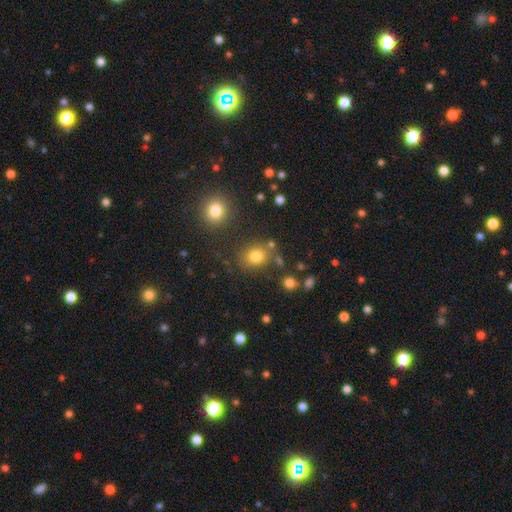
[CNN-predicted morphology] Smooth or featured: smooth — 78% (star or artifact — 15%)
How rounded: round — 62% (in between — 37%)
Merging: none — 76% (minor disturbance — 11%)